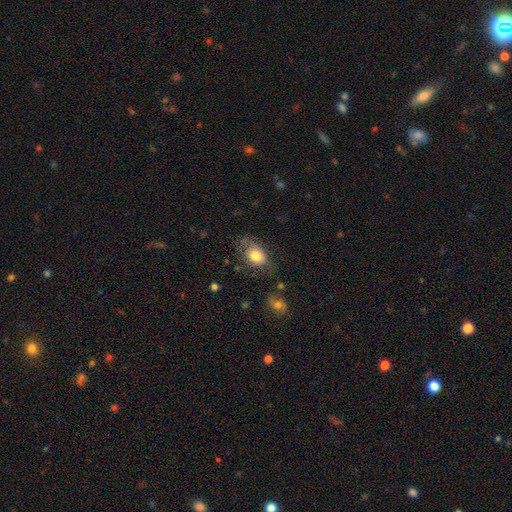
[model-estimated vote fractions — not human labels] Smooth or featured?
  - smooth: 76% *
  - featured or disk: 16%
  - star or artifact: 8%
How rounded?
  - in between: 74% *
  - round: 24%
  - cigar-shaped: 1%
Merging?
  - none: 51% *
  - minor disturbance: 28%
  - major disturbance: 16%
  - merger: 4%